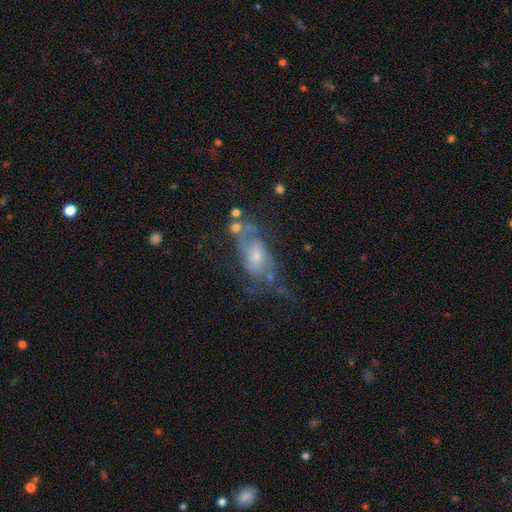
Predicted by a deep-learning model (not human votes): smooth-or-featured: featured or disk: 61% | smooth: 27% | star or artifact: 12%
  disk-edge-on: no: 90% | yes: 10%
    bar: no: 68% | weak: 26% | strong: 6%
    has-spiral-arms: yes: 61% | no: 39%
    bulge-size: small: 44% | moderate: 43% | none: 6% | large: 5% | dominant: 1%
  merging: none: 40% | major disturbance: 28% | minor disturbance: 23% | merger: 10%